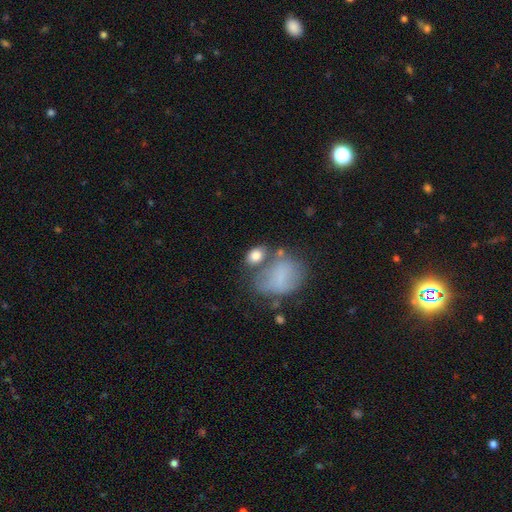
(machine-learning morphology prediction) Smooth or featured? smooth (80%)
How rounded? in between (73%)
Merging? none (53%)